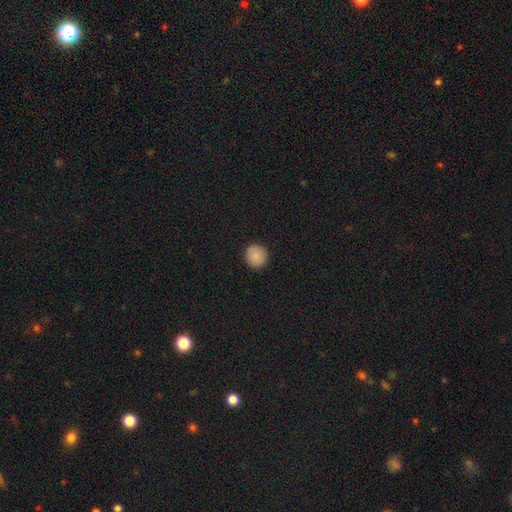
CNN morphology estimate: smooth 87%, star or artifact 9%, featured or disk 5%. Down the decision tree: how rounded — round (92%); merging — none (92%).